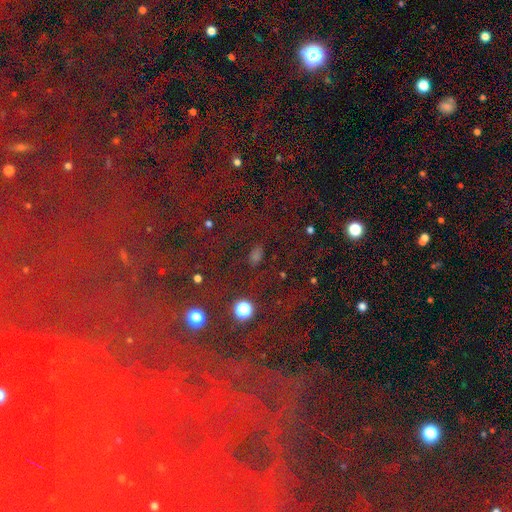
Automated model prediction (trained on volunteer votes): smooth_or_featured: star or artifact (p=0.51) [alt: smooth p=0.35]